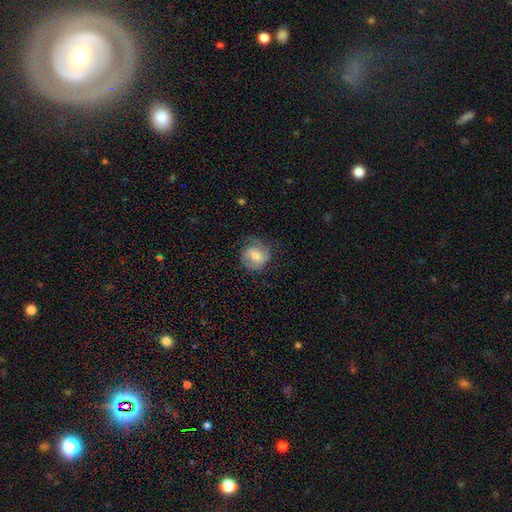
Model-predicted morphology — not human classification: smooth 47%, featured or disk 45%, star or artifact 7%. Down the decision tree: merging — none (60%).